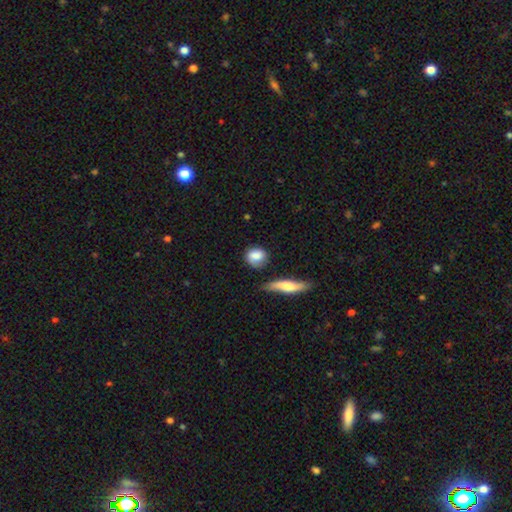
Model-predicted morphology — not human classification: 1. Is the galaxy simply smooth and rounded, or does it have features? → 82% smooth, 11% featured or disk, 6% star or artifact.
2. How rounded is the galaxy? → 65% round, 31% in between, 4% cigar-shaped.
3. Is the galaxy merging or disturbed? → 67% none, 21% minor disturbance, 6% merger, 6% major disturbance.